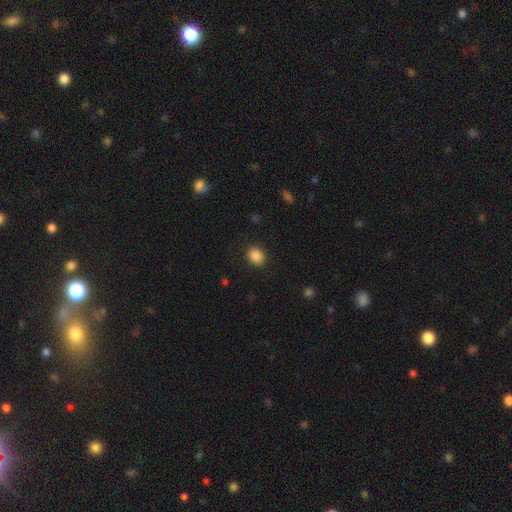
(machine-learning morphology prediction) This is clearly a smooth galaxy (88%). How rounded: possibly round (57%). Merging: clearly none (89%).